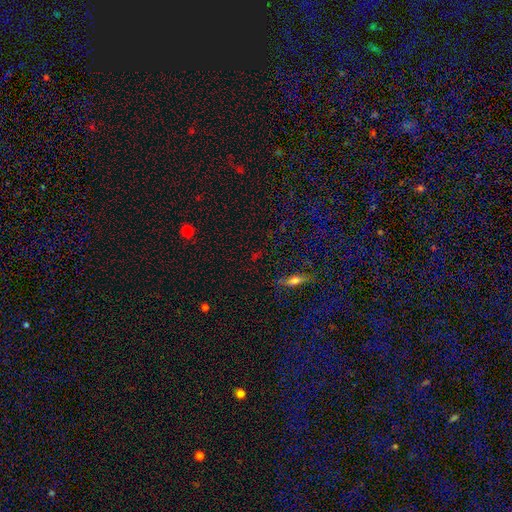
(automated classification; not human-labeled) A star or artifact, not a galaxy (50%).